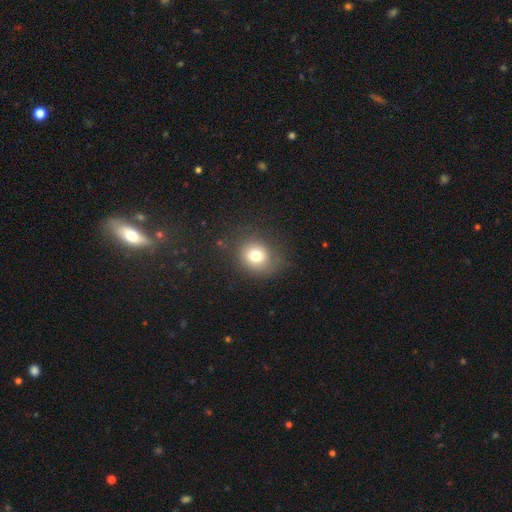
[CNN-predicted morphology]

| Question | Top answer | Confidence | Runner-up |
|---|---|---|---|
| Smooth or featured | smooth | 76% | star or artifact (13%) |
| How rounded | round | 77% | in between (23%) |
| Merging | none | 78% | minor disturbance (14%) |